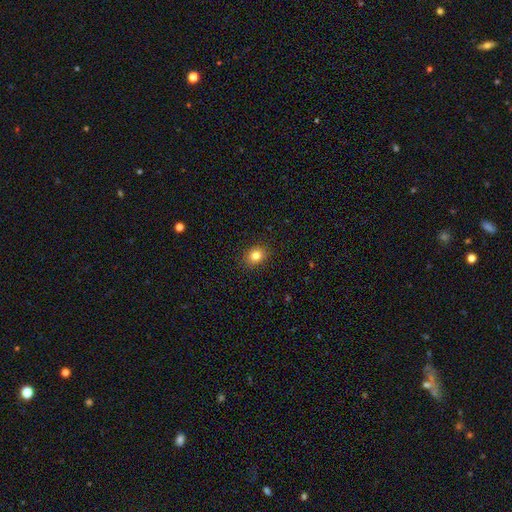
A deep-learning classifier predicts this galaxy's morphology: Q: Smooth or featured?
A: smooth (83%); runner-up: star or artifact (11%)
Q: How rounded?
A: round (52%); runner-up: in between (47%)
Q: Merging?
A: none (89%); runner-up: minor disturbance (8%)